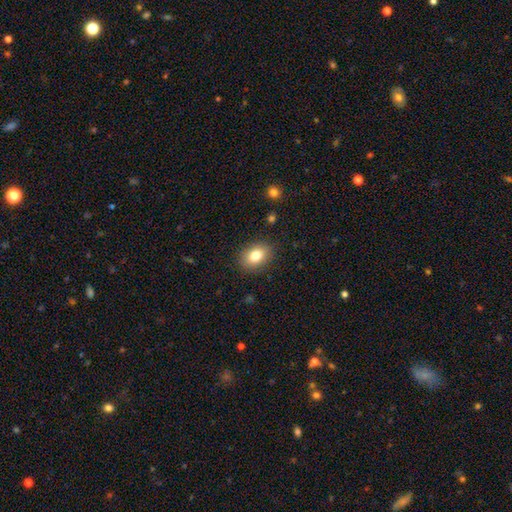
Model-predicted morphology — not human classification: type=smooth (80%); roundness=in between (73%); merging=none (87%).